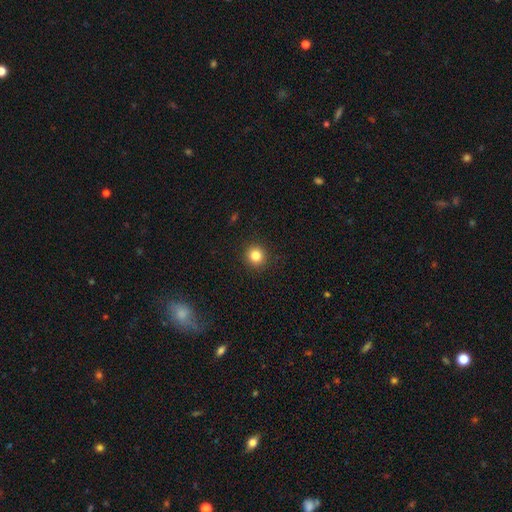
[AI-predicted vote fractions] The model was most divided on "smooth or featured": smooth: 83%, star or artifact: 12%, featured or disk: 6%. More confident: merging — none (92%); how rounded — round (92%).